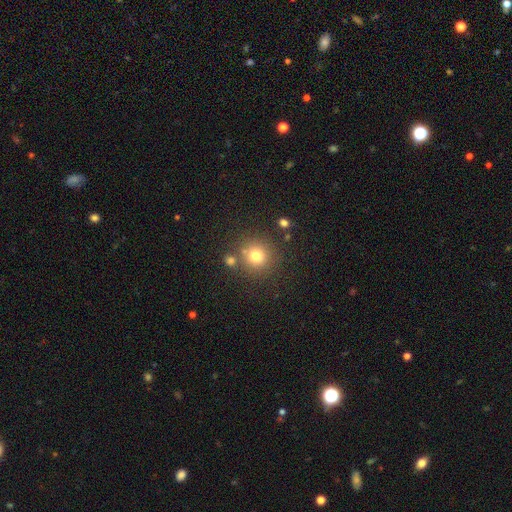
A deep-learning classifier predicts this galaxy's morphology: Q: Smooth or featured?
A: smooth (76%); runner-up: star or artifact (15%)
Q: How rounded?
A: round (93%); runner-up: in between (7%)
Q: Merging?
A: none (78%); runner-up: merger (10%)